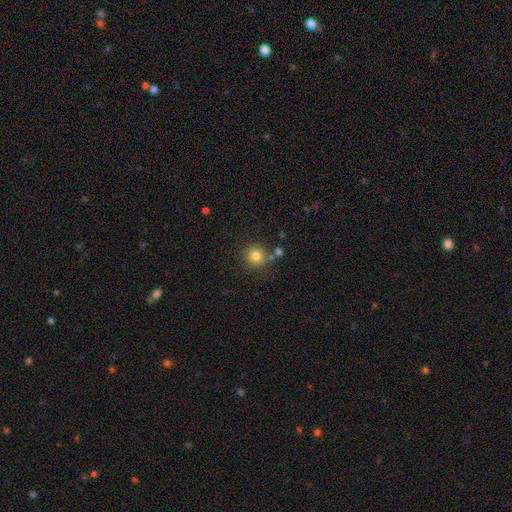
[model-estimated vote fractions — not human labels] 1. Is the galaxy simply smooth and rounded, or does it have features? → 81% smooth, 12% star or artifact, 7% featured or disk.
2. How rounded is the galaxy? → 92% round, 7% in between, 1% cigar-shaped.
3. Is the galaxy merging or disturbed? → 79% none, 9% minor disturbance, 9% merger, 3% major disturbance.